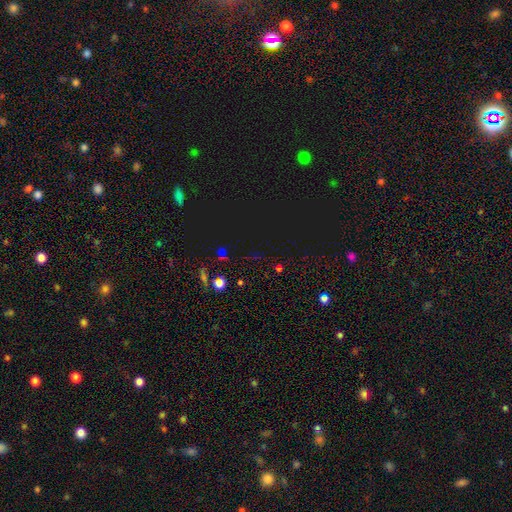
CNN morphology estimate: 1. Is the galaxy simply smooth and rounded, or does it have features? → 72% star or artifact, 21% smooth, 7% featured or disk.